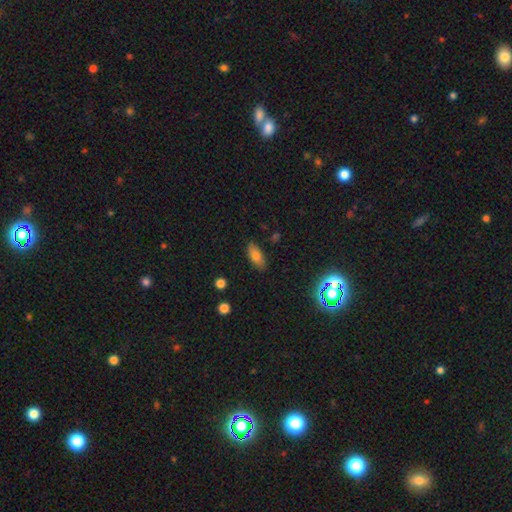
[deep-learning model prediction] smooth 77%, featured or disk 14%, star or artifact 10%. Down the decision tree: how rounded — in between (85%); merging — none (86%).